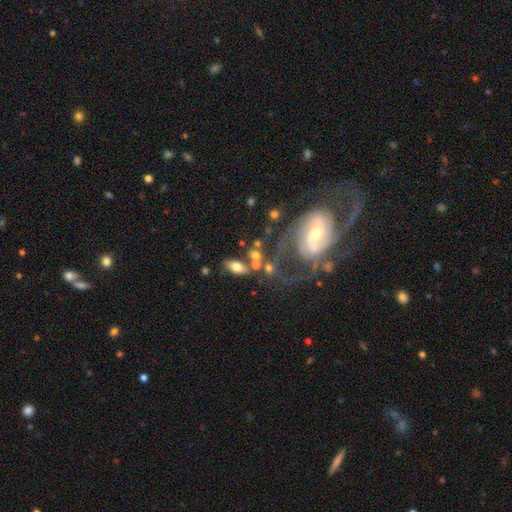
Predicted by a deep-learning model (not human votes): Smooth or featured?
  - featured or disk: 45% * (tied)
  - smooth: 45% * (tied)
  - star or artifact: 10%
Merging?
  - none: 50% *
  - merger: 19%
  - minor disturbance: 17%
  - major disturbance: 14%